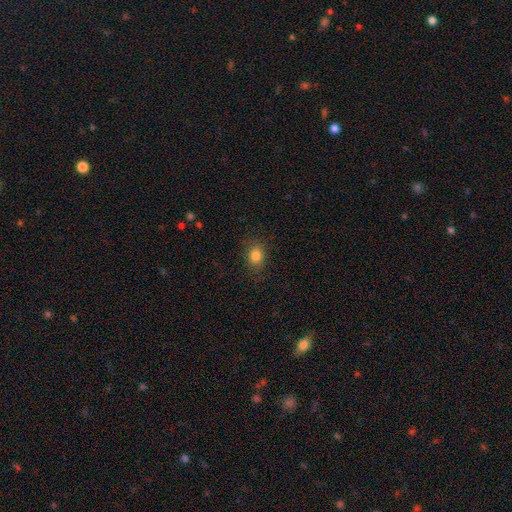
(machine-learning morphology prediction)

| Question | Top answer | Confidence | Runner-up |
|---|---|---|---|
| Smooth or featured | smooth | 83% | star or artifact (11%) |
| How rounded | in between | 54% | round (45%) |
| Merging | none | 82% | minor disturbance (13%) |